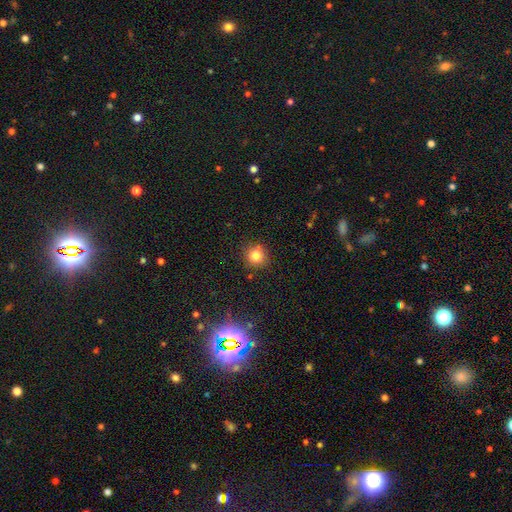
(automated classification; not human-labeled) Smooth or featured? Predicted: smooth (p=0.79). How rounded? Predicted: round (p=0.91). Merging? Predicted: none (p=0.85).